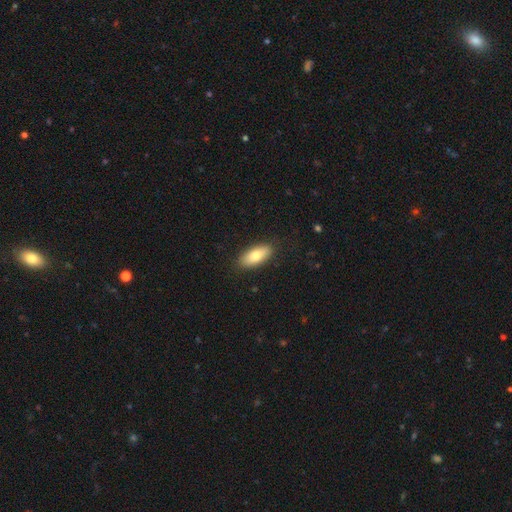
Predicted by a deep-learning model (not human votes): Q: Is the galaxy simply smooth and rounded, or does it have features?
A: smooth — 78%.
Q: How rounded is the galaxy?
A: in between — 84%.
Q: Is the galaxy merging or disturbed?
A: none — 88%.